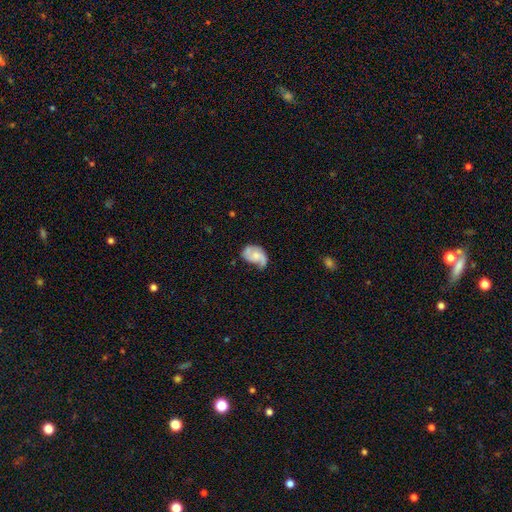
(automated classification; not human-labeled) smooth_or_featured: featured or disk (p=0.65) [alt: smooth p=0.29]
disk_edge_on: no (p=0.97) [alt: yes p=0.03]
bar: no (p=0.67) [alt: weak p=0.28]
has_spiral_arms: yes (p=0.90) [alt: no p=0.10]
spiral_winding: medium (p=0.42) [alt: loose p=0.35]
spiral_arm_count: 2 (p=0.70) [alt: 1 p=0.13]
bulge_size: small (p=0.37) [alt: moderate p=0.35]
merging: none (p=0.45) [alt: minor disturbance p=0.33]